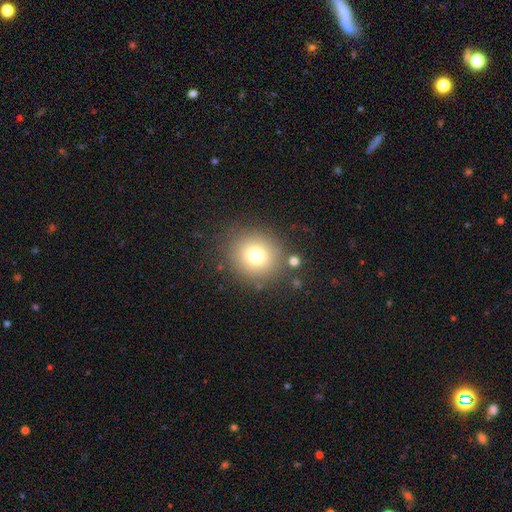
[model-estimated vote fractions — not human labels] Morphology: type=smooth (74%); roundness=round (89%); merging=none (83%).